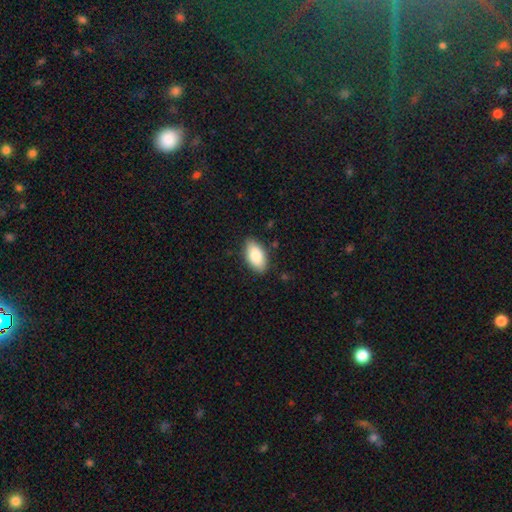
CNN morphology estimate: A smooth galaxy with no disk features (84%) that is in between round and cigar-shaped (94%).

Vote fractions:
- Smooth or featured? smooth: 84% / featured or disk: 10% / star or artifact: 6%
- How rounded? in between: 94% / cigar-shaped: 3% / round: 3%
- Merging? none: 84% / minor disturbance: 12% / major disturbance: 2% / merger: 1%